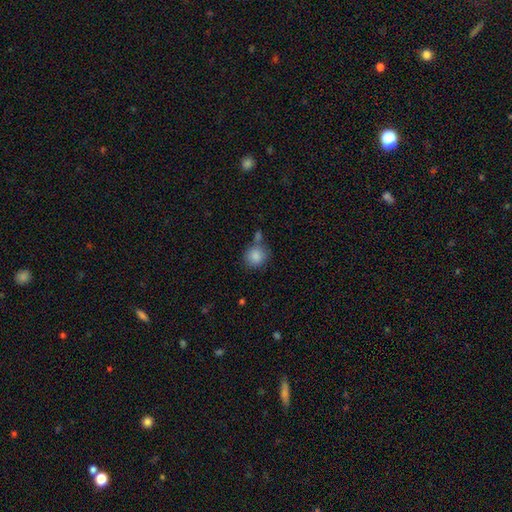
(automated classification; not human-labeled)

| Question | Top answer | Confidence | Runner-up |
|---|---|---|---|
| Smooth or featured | smooth | 87% | star or artifact (8%) |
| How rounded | round | 86% | in between (13%) |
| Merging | none | 64% | merger (18%) |